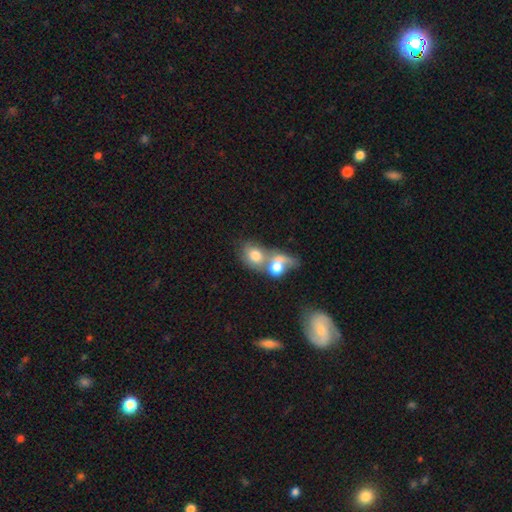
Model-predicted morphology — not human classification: smooth-or-featured: smooth: 67% | featured or disk: 24% | star or artifact: 9%
  how-rounded: in between: 57% | round: 41% | cigar-shaped: 2%
  merging: merger: 71% | none: 15% | major disturbance: 8% | minor disturbance: 6%